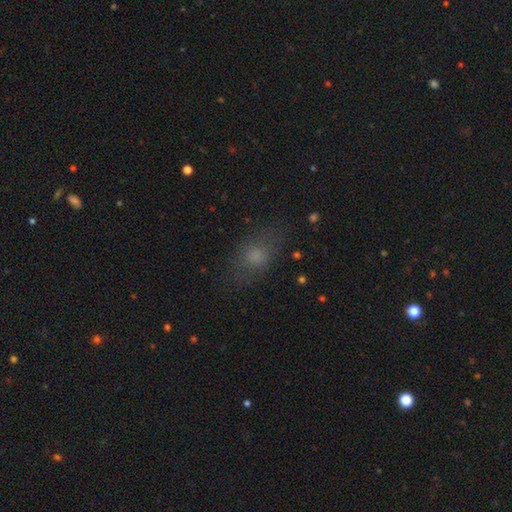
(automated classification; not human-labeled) A smooth galaxy with no disk features (67%) that is in between round and cigar-shaped (71%). Merging: none (74%).